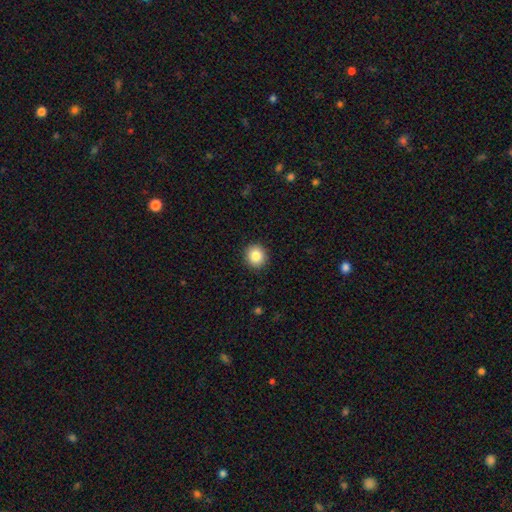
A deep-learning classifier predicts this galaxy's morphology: Smooth or featured: smooth — 84% (star or artifact — 9%)
How rounded: round — 90% (in between — 9%)
Merging: none — 92% (minor disturbance — 5%)